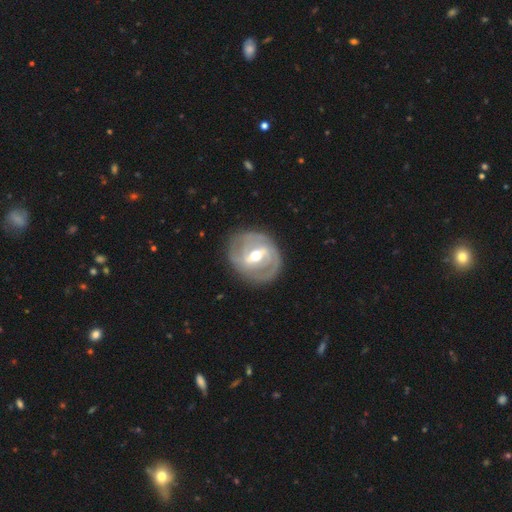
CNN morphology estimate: Smooth or featured? featured or disk (83%)
Edge-on disk? no (95%)
Bar? strong (55%)
Spiral arms? yes (83%)
Spiral winding? tight (58%)
Spiral arm count? 2 (58%)
Bulge size? moderate (73%)
Merging? none (80%)